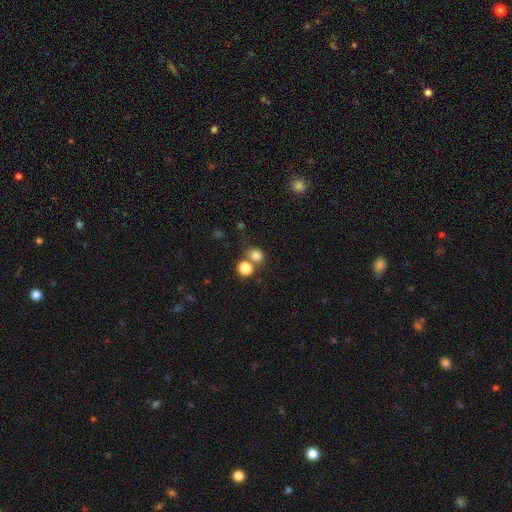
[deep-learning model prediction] The model was most divided on "merging": none: 56%, merger: 29%, minor disturbance: 10%, major disturbance: 5%. More confident: smooth or featured — smooth (79%); how rounded — round (73%).